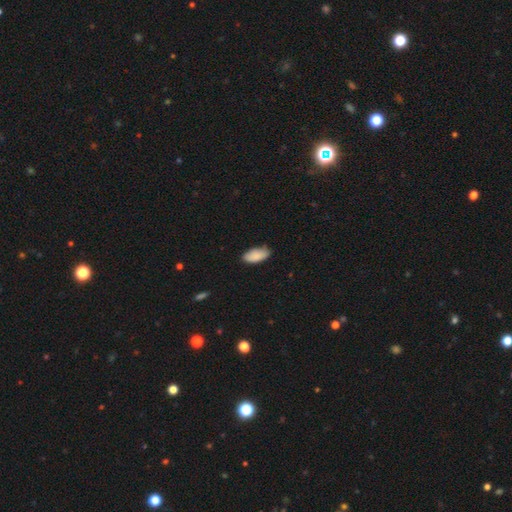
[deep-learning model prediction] Smooth or featured: smooth — 89% (star or artifact — 6%)
How rounded: in between — 90% (cigar-shaped — 8%)
Merging: none — 78% (minor disturbance — 18%)